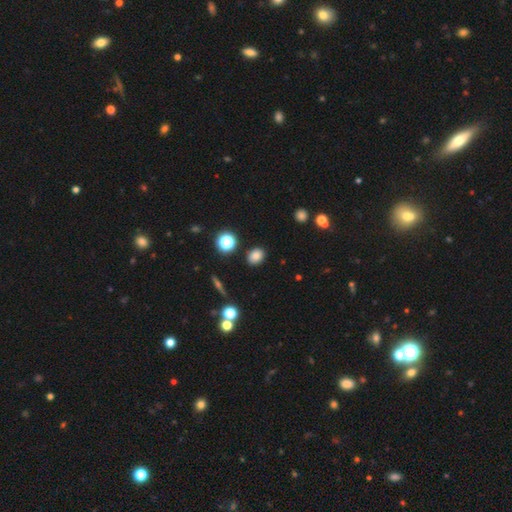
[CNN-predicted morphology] Smooth or featured? smooth (81%)
How rounded? in between (58%)
Merging? none (87%)